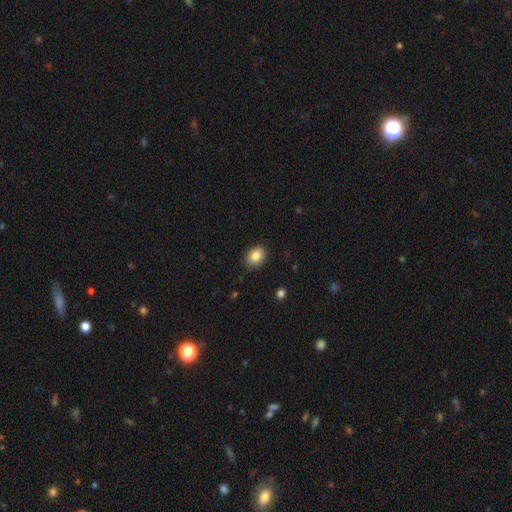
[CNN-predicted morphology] This is clearly a smooth galaxy (85%). How rounded: likely in between (63%). Merging: clearly none (87%).